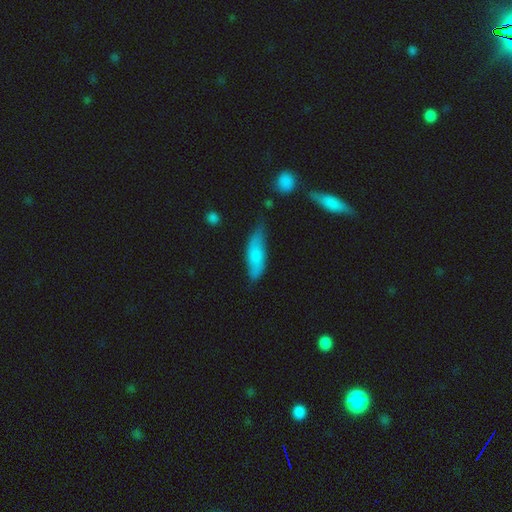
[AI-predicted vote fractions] A smooth galaxy with no disk features (69%) that is in between round and cigar-shaped (54%). Merging: none (59%).